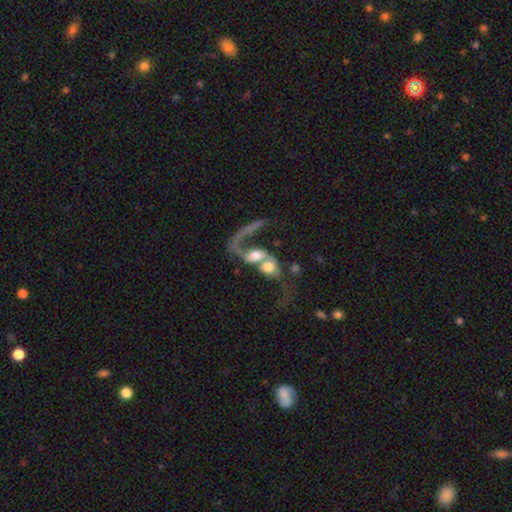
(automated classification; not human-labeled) Overall: featured or disk (63%; smooth 28%). Edge-on disk: no (93%). Bar: no (64%; weak 25%). Spiral arms: yes (73%). Bulge size: moderate (42%; large 32%). Merging: merger (74%).